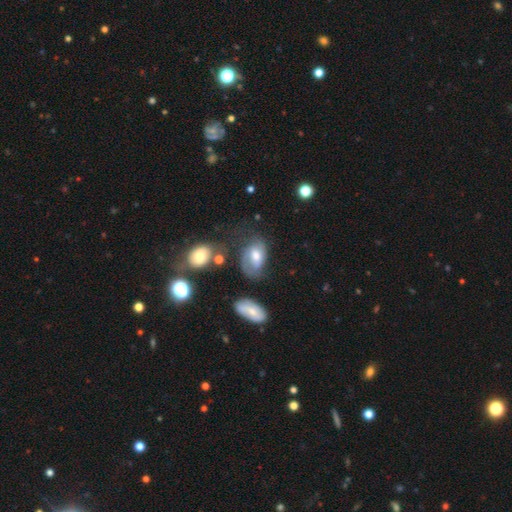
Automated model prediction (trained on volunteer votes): This is possibly a featured or disk galaxy (56%). It is clearly not viewed edge-on (96%). Bar: possibly no (55%). Spiral arm pattern: likely yes (78%). Central bulge: likely moderate (60%). Merging: marginally none (42%).